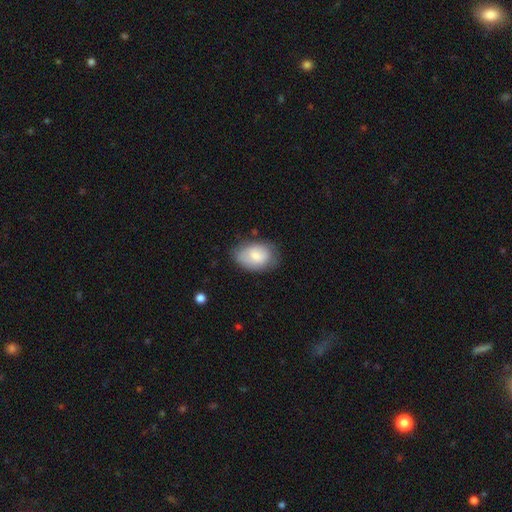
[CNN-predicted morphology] Overall: smooth (78%). How rounded: in between (87%). Merging: none (69%).